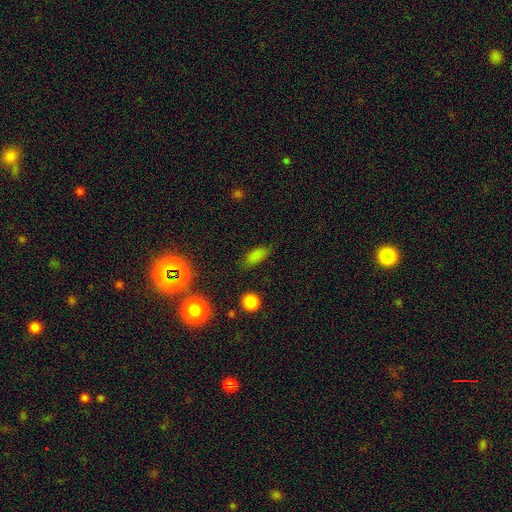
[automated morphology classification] Q: Smooth or featured?
A: smooth (78%); runner-up: star or artifact (16%)
Q: How rounded?
A: in between (79%); runner-up: cigar-shaped (16%)
Q: Merging?
A: none (78%); runner-up: minor disturbance (16%)